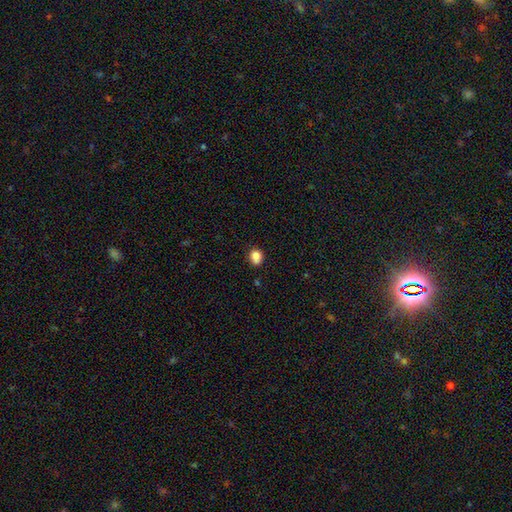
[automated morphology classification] A smooth galaxy with no disk features (81%) that is round (64%). Merging: none (63%).